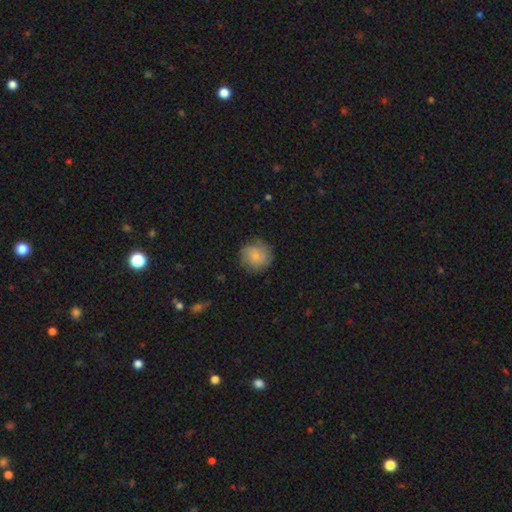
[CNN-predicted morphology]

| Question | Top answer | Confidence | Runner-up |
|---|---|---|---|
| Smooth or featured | smooth | 71% | featured or disk (21%) |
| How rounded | round | 90% | in between (9%) |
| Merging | none | 78% | minor disturbance (16%) |